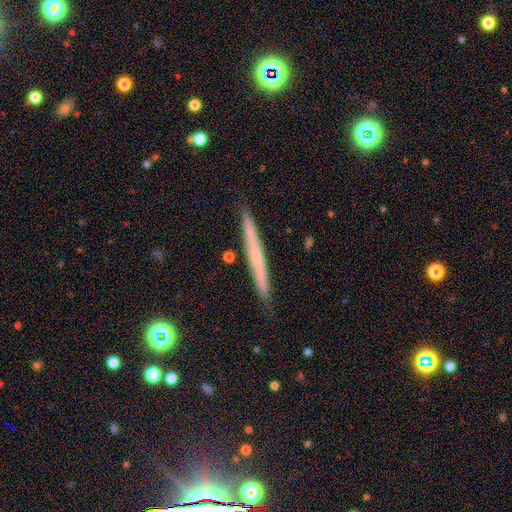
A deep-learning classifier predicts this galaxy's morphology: smooth 48%, featured or disk 45%, star or artifact 7%. Down the decision tree: merging — none (89%).